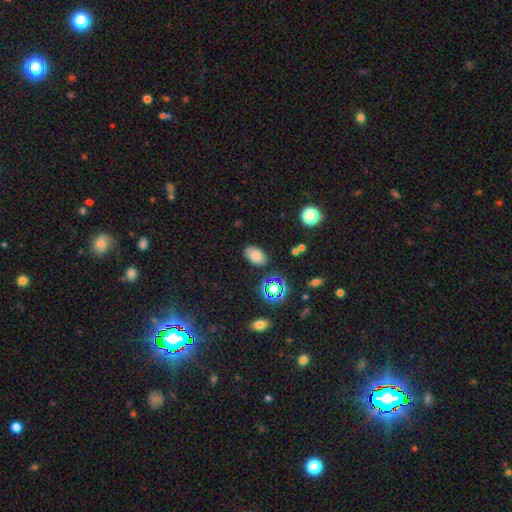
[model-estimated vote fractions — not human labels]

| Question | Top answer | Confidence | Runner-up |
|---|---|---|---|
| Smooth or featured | smooth | 78% | star or artifact (15%) |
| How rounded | in between | 89% | round (10%) |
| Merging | none | 83% | minor disturbance (12%) |